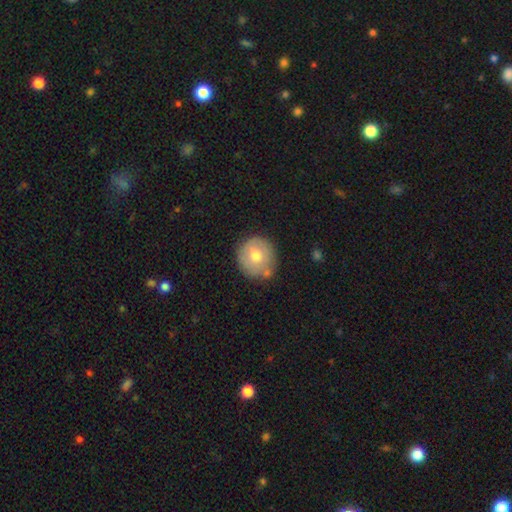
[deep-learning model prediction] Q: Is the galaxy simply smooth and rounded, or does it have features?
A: smooth — 68%.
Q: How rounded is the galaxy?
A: round — 92%.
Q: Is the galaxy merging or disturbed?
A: none — 72%.